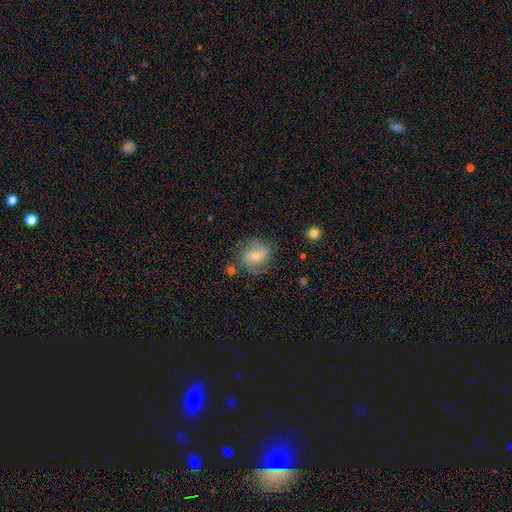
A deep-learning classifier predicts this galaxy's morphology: The model was most divided on "bulge size": moderate: 51%, small: 44%, large: 3%, none: 2%, dominant: 1%. More confident: edge-on disk — no (96%); spiral arms — yes (74%); bar — no (72%); merging — none (59%); smooth or featured — featured or disk (53%).